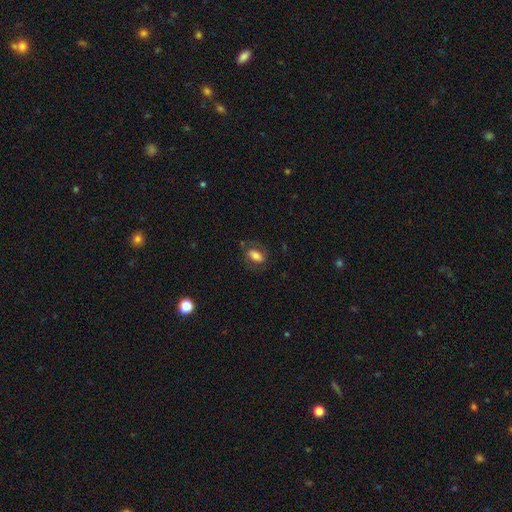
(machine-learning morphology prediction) Smooth or featured: smooth — 69% (featured or disk — 22%)
How rounded: in between — 87% (round — 9%)
Merging: none — 66% (minor disturbance — 20%)